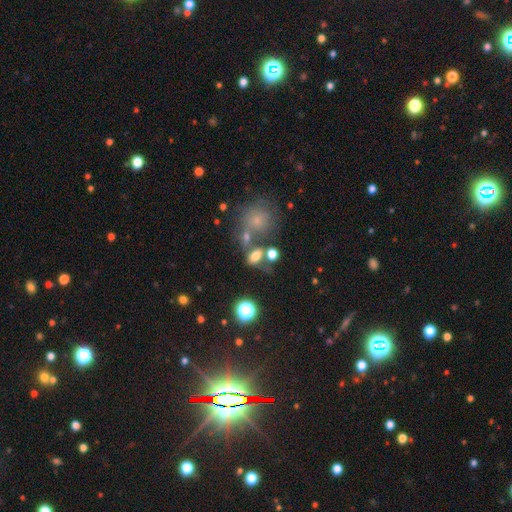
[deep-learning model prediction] Overall: smooth (66%). How rounded: in between (78%). Merging: none (42%; merger 31%).